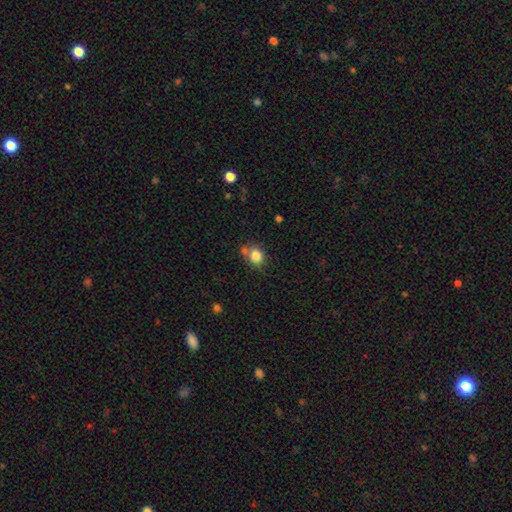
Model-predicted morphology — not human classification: Smooth or featured? smooth (82%)
How rounded? round (68%)
Merging? none (59%)